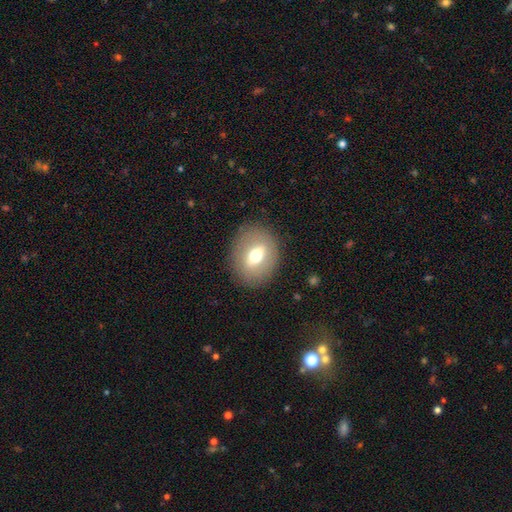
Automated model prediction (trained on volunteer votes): Smooth or featured? smooth (57%)
How rounded? in between (51%)
Merging? none (85%)